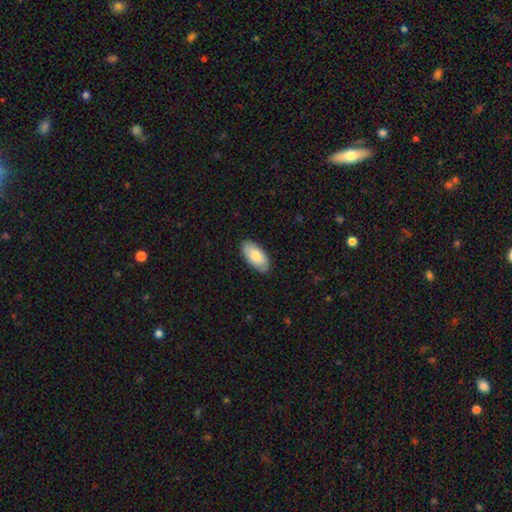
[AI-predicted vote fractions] Overall: smooth (80%). How rounded: in between (94%). Merging: none (86%).